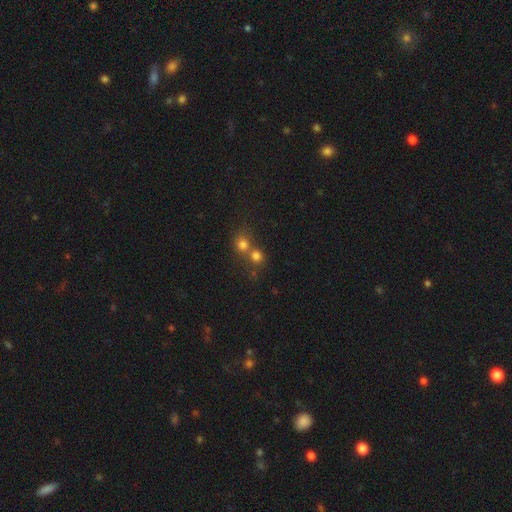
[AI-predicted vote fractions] This appears to be a smooth galaxy with no disk features (76%) that is round (86%). Merging: merger (51%).